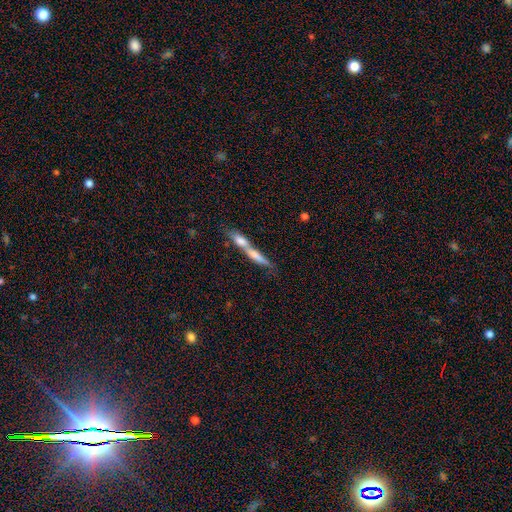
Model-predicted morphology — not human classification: Smooth or featured? smooth (58%)
How rounded? cigar-shaped (82%)
Merging? merger (65%)